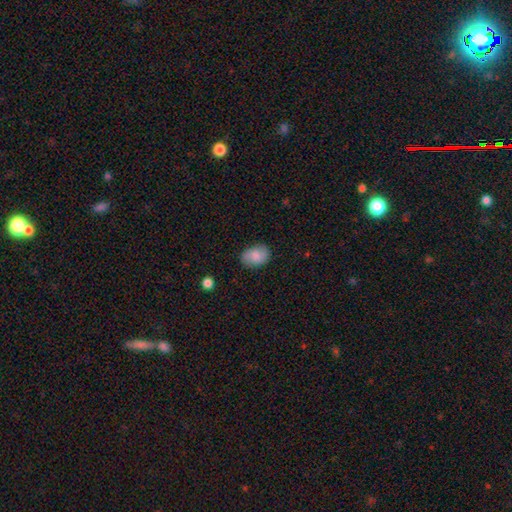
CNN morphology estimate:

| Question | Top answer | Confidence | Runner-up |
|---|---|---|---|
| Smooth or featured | smooth | 71% | featured or disk (21%) |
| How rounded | in between | 78% | round (21%) |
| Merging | none | 77% | minor disturbance (17%) |